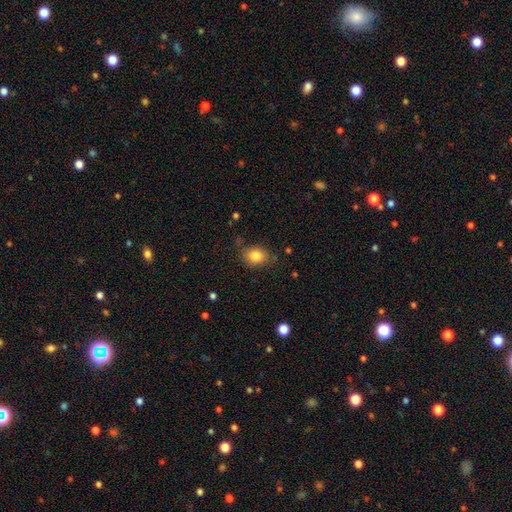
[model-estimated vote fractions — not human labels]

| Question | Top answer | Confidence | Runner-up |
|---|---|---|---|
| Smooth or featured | smooth | 83% | star or artifact (9%) |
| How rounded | round | 54% | in between (45%) |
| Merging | none | 75% | minor disturbance (18%) |